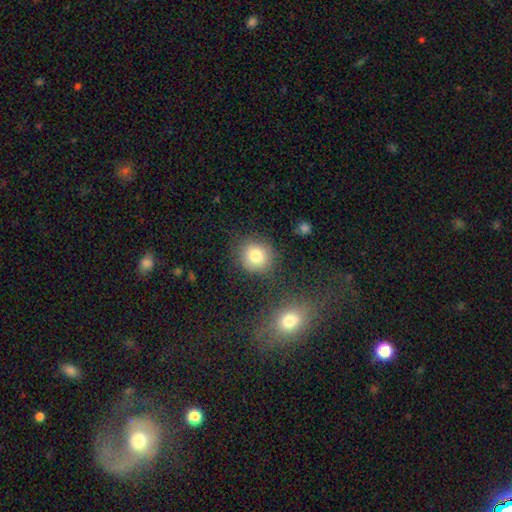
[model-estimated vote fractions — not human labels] Morphology: type=smooth (81%); roundness=round (85%); merging=none (80%).